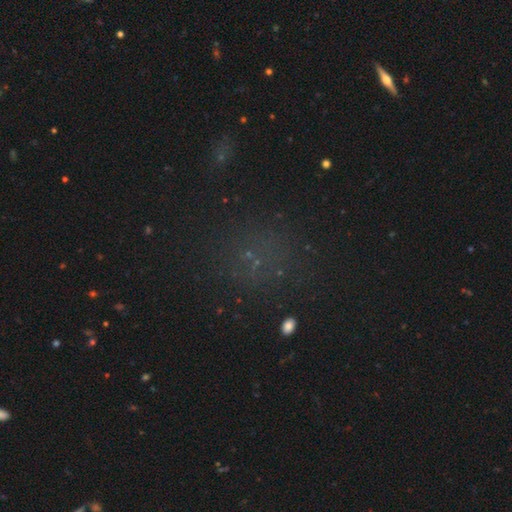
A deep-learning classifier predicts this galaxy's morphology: This appears to be a star or artifact, not a galaxy (48%).